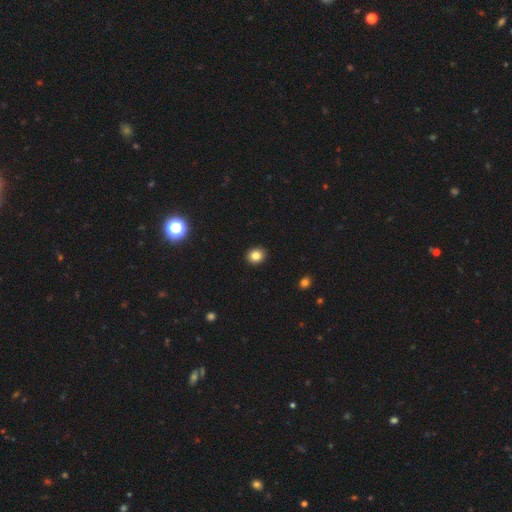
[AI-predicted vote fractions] Smooth or featured: smooth — 83% (star or artifact — 11%)
How rounded: round — 79% (in between — 20%)
Merging: none — 92% (minor disturbance — 5%)